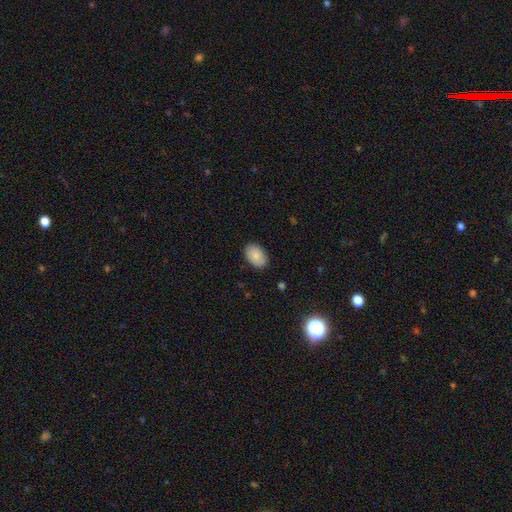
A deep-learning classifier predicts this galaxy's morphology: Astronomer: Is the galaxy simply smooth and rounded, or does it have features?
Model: smooth — 85%.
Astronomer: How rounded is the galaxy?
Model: in between — 89%.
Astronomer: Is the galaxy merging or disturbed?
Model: none — 87%.